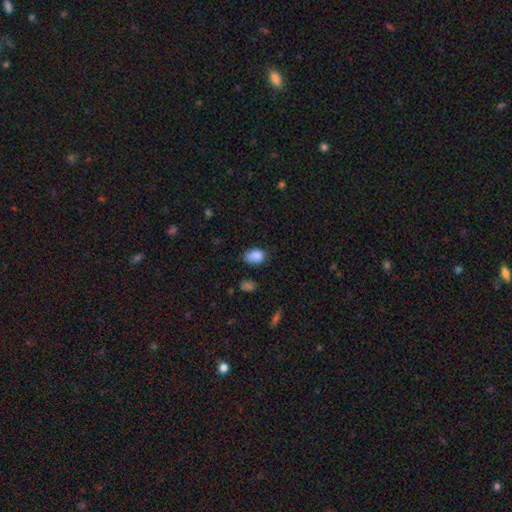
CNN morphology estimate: smooth_or_featured: smooth (p=0.86) [alt: star or artifact p=0.09]
how_rounded: in between (p=0.84) [alt: round p=0.15]
merging: none (p=0.60) [alt: minor disturbance p=0.31]